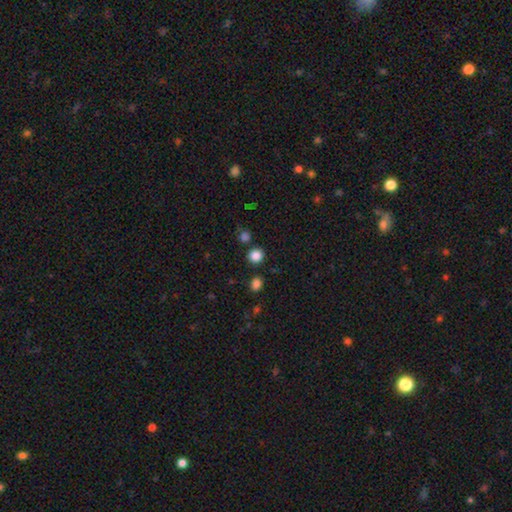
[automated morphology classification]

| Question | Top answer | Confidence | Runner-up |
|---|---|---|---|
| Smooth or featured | smooth | 85% | star or artifact (12%) |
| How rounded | round | 88% | in between (11%) |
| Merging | none | 85% | minor disturbance (6%) |